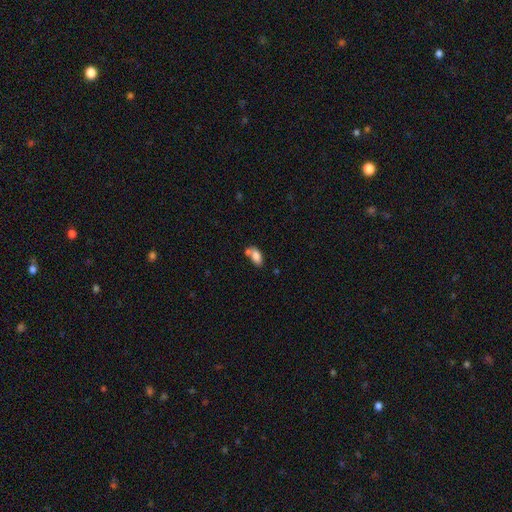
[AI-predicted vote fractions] smooth_or_featured: smooth (p=0.80) [alt: featured or disk p=0.11]
how_rounded: in between (p=0.91) [alt: round p=0.06]
merging: merger (p=0.41) [alt: none p=0.39]